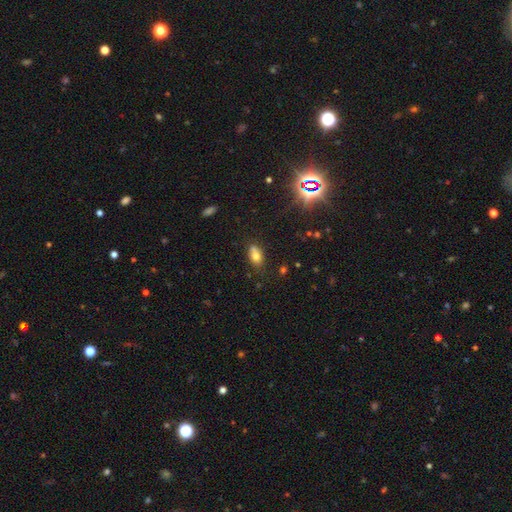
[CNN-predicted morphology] Smooth or featured: smooth — 74% (featured or disk — 14%)
How rounded: in between — 86% (round — 10%)
Merging: none — 66% (minor disturbance — 21%)